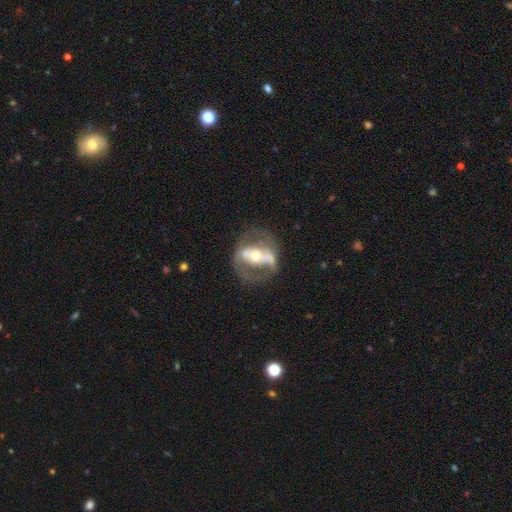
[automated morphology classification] smooth_or_featured: featured or disk (p=0.78) [alt: smooth p=0.17]
disk_edge_on: no (p=0.90) [alt: yes p=0.10]
bar: strong (p=0.53) [alt: no p=0.25]
has_spiral_arms: yes (p=0.53) [alt: no p=0.47]
bulge_size: moderate (p=0.65) [alt: small p=0.25]
merging: none (p=0.58) [alt: major disturbance p=0.21]